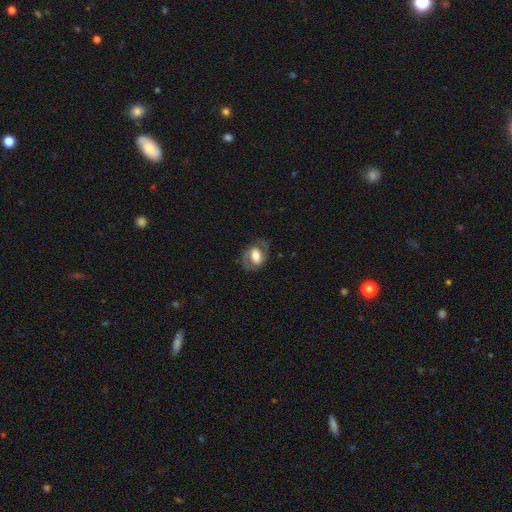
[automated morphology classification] The model was most divided on "bar": weak: 38%, no: 37%, strong: 25%. Remaining: edge-on disk — no (96%); spiral arms — yes (76%); merging — none (74%); smooth or featured — featured or disk (65%); bulge size — moderate (46%).